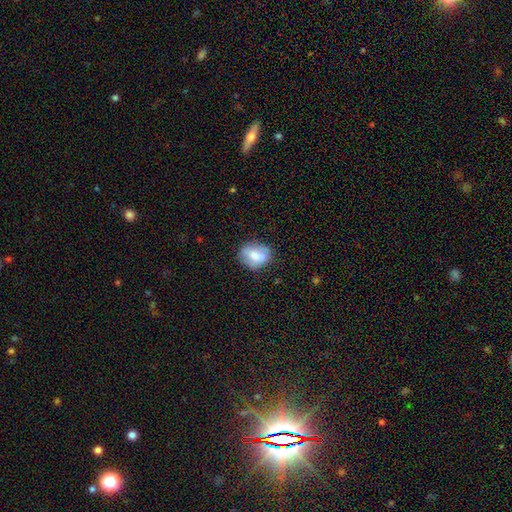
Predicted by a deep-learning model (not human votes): Smooth or featured? Predicted: smooth (p=0.69). How rounded? Predicted: in between (p=0.55). Merging? Predicted: none (p=0.69).